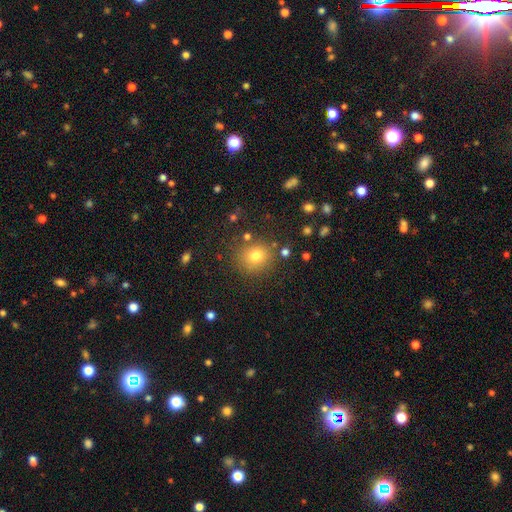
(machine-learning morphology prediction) smooth_or_featured: smooth (p=0.77) [alt: star or artifact p=0.15]
how_rounded: round (p=0.88) [alt: in between p=0.11]
merging: none (p=0.82) [alt: minor disturbance p=0.10]